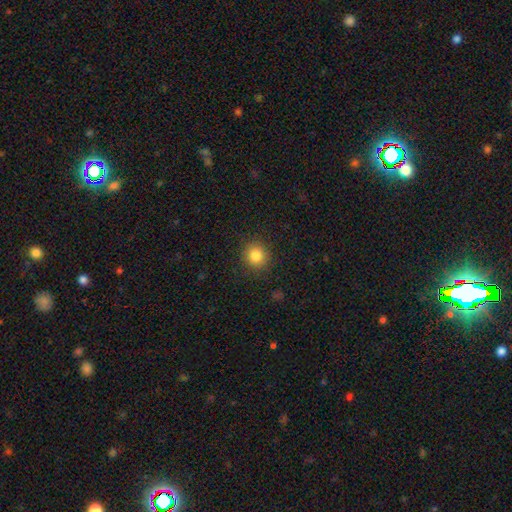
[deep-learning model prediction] Smooth or featured: smooth — 84% (star or artifact — 11%)
How rounded: round — 88% (in between — 11%)
Merging: none — 89% (minor disturbance — 7%)